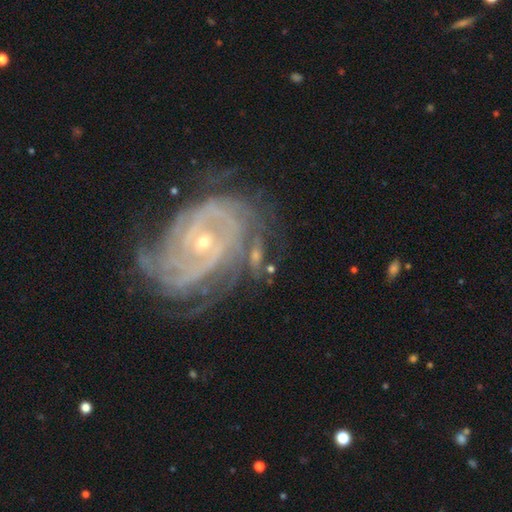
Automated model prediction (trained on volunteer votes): This appears to be a featured or disk galaxy (83%) with no bar (56%), 2 (27%) tight (73%) spiral arms (95%) and a small central bulge (67%). Merging: none (63%).